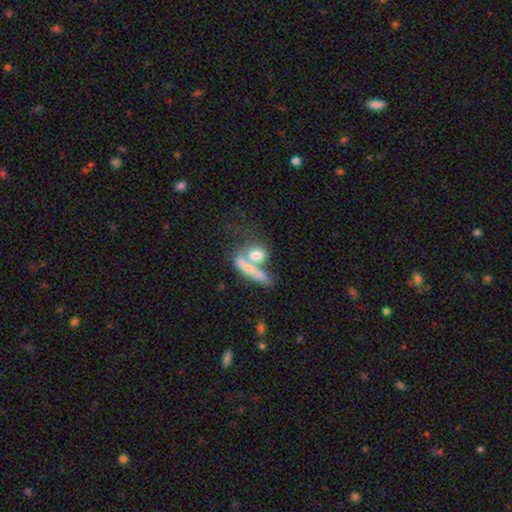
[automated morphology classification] A smooth galaxy with no disk features (66%) that is in between round and cigar-shaped (50%). Merging: merger (54%).